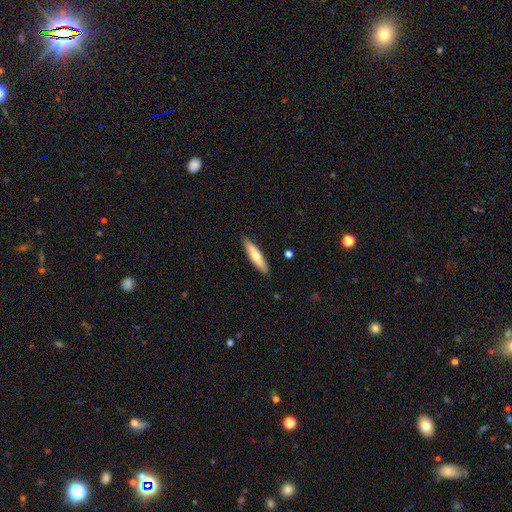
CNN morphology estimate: type=smooth (63%); roundness=cigar-shaped (78%); merging=none (89%).